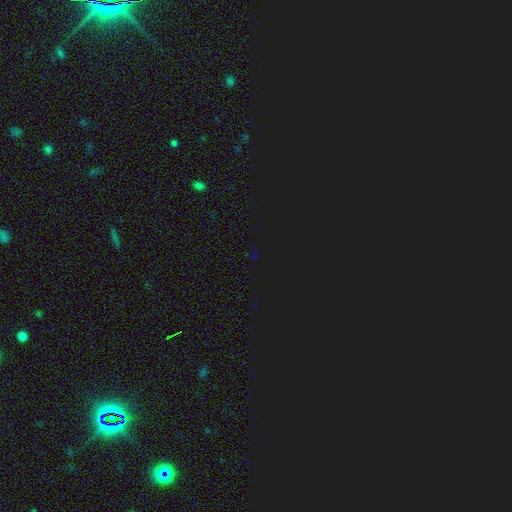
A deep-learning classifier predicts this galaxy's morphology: star or artifact 79%, smooth 14%, featured or disk 7%.